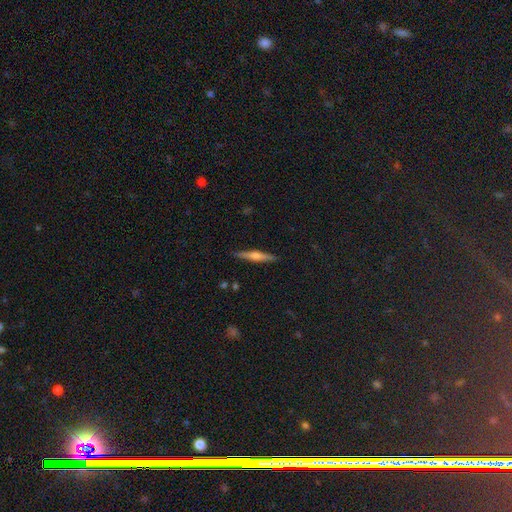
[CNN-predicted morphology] type=featured or disk (62%); edge-on=yes (98%); edge-on bulge=rounded (79%); merging=none (91%).